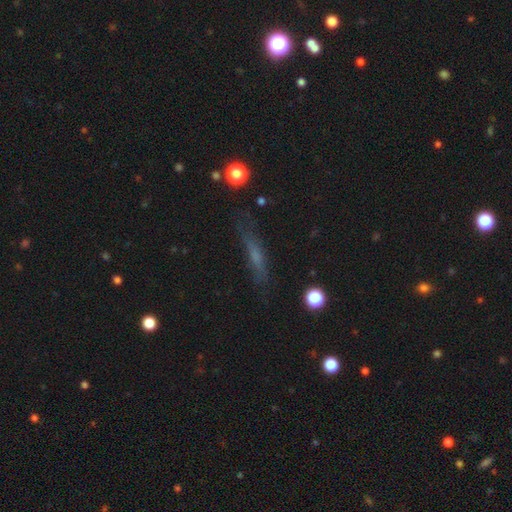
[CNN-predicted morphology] The model was most divided on "smooth or featured": smooth: 47%, featured or disk: 37%, star or artifact: 16%. More confident: merging — none (74%).